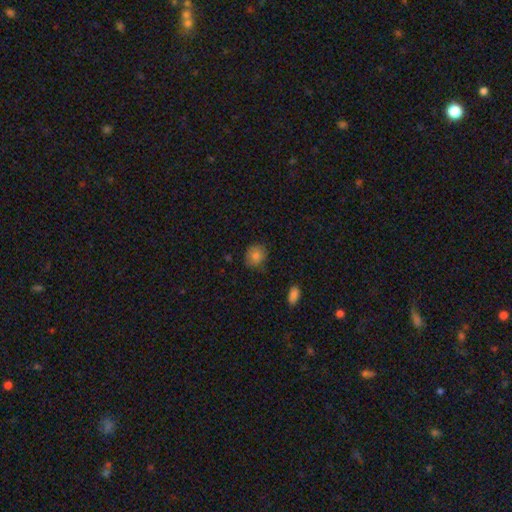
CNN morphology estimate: Q: Smooth or featured?
A: smooth (82%); runner-up: star or artifact (9%)
Q: How rounded?
A: round (74%); runner-up: in between (25%)
Q: Merging?
A: none (77%); runner-up: minor disturbance (18%)